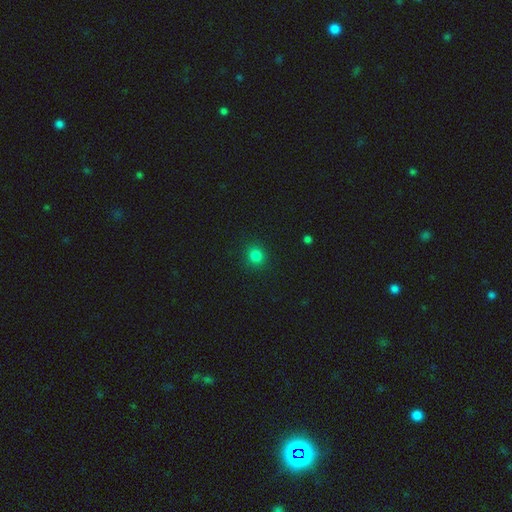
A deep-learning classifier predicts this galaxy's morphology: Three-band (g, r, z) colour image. It shows a smooth galaxy with no disk features (82%) that is round (87%). Merging: none (89%).